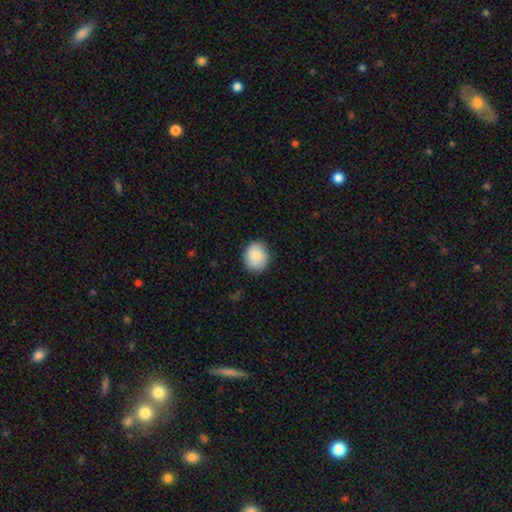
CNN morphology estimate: Overall: smooth (75%). How rounded: round (70%). Merging: none (83%).